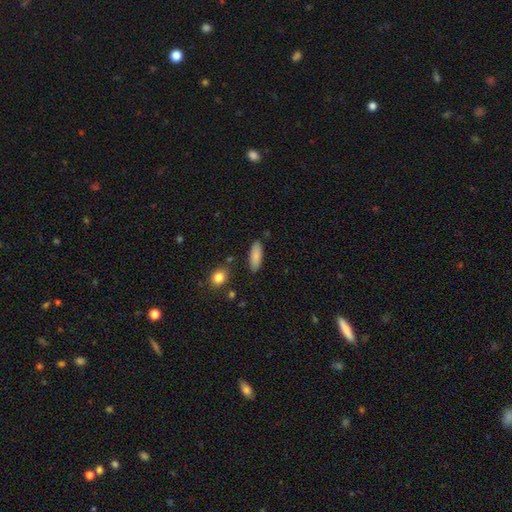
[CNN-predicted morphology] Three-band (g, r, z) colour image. It shows a smooth galaxy with no disk features (84%) that is in between round and cigar-shaped (65%). Merging: none (85%).